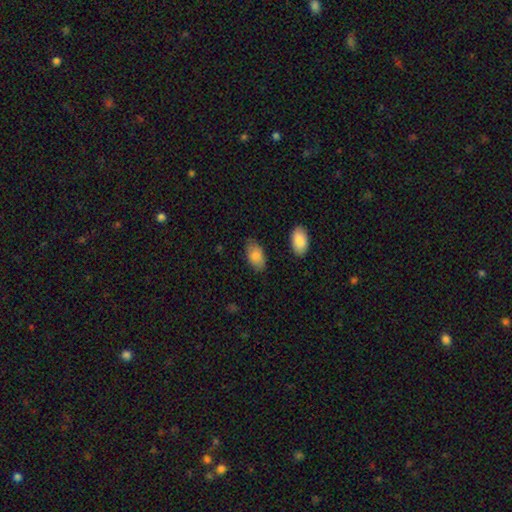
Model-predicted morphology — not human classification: This is clearly a smooth galaxy (83%). How rounded: clearly in between (94%). Merging: likely none (78%).